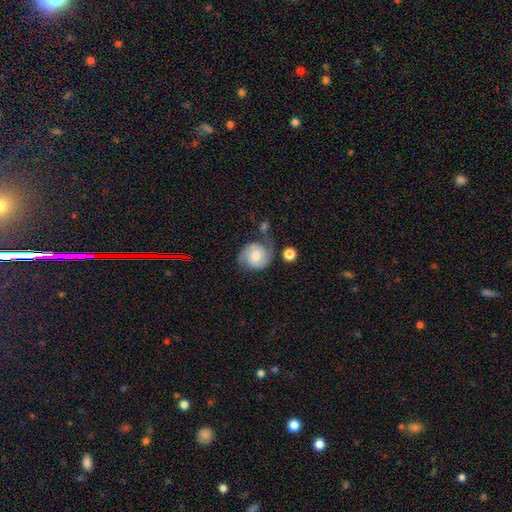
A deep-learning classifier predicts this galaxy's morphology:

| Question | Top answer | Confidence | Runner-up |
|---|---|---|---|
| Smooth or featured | featured or disk | 65% | smooth (27%) |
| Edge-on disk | no | 98% | yes (2%) |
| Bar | no | 62% | weak (31%) |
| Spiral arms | yes | 92% | no (8%) |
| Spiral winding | medium | 45% | tight (33%) |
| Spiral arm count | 2 | 87% | can't tell (6%) |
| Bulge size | moderate | 58% | small (30%) |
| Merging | none | 59% | minor disturbance (22%) |